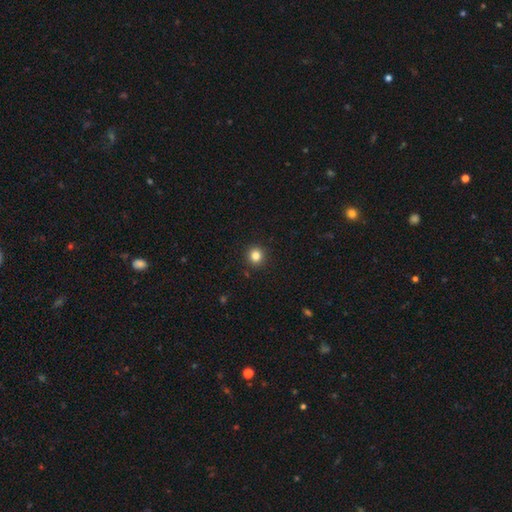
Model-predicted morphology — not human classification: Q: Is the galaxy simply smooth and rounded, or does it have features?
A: smooth — 83%.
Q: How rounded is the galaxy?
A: round — 92%.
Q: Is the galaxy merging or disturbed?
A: none — 92%.